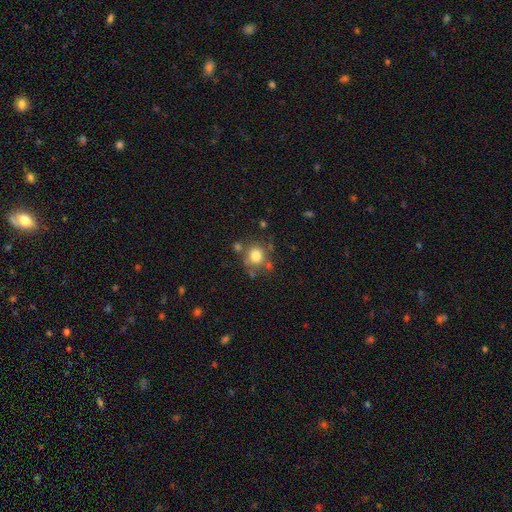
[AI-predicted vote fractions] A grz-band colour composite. It shows a smooth galaxy with no disk features (76%) that is round (84%). Merging: none (66%).